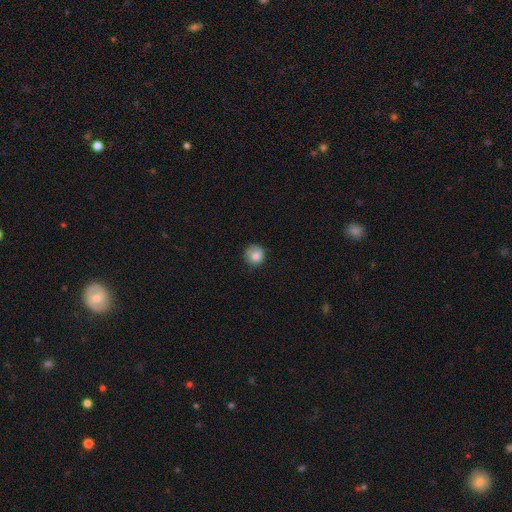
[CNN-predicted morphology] smooth-or-featured: smooth: 78% | featured or disk: 13% | star or artifact: 8%
  how-rounded: round: 89% | in between: 10% | cigar-shaped: 1%
  merging: none: 70% | minor disturbance: 22% | major disturbance: 7% | merger: 1%